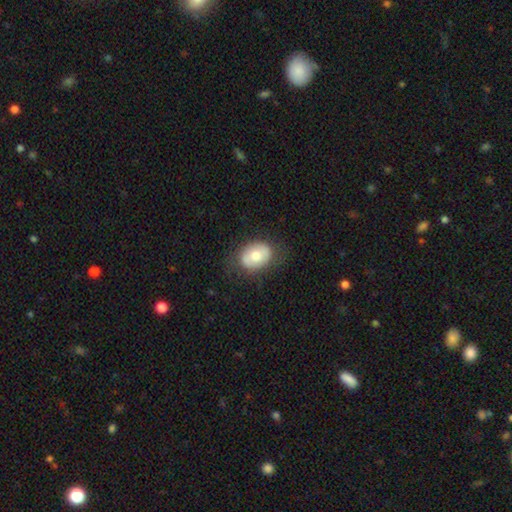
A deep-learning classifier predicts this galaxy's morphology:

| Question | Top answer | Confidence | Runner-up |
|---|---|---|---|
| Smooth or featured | smooth | 68% | featured or disk (25%) |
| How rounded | in between | 71% | round (28%) |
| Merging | none | 74% | minor disturbance (18%) |